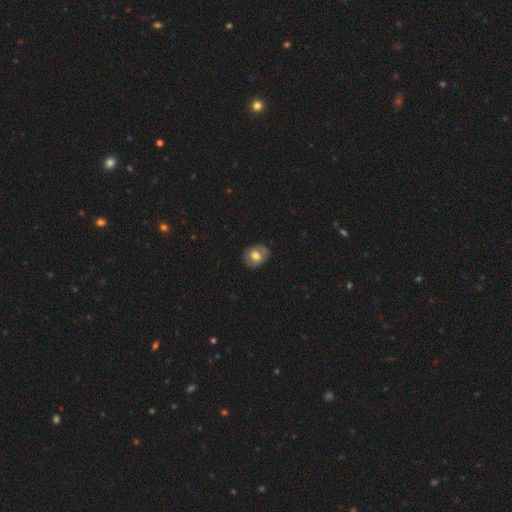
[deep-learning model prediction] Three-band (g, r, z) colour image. It shows a smooth galaxy with no disk features (66%) that is in between round and cigar-shaped (59%). Merging: none (80%).